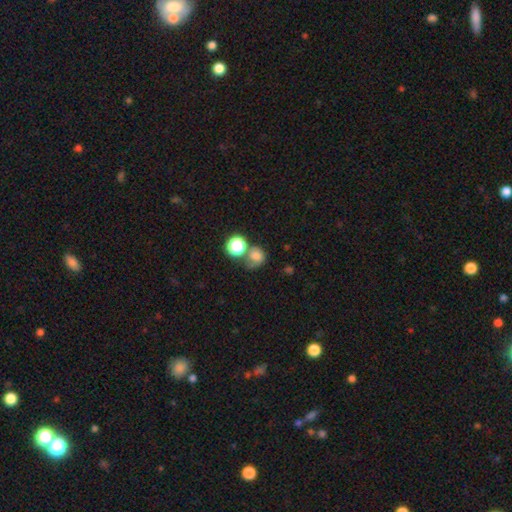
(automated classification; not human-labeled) Smooth or featured: smooth — 75% (star or artifact — 15%)
How rounded: round — 75% (in between — 24%)
Merging: none — 43% (merger — 31%)